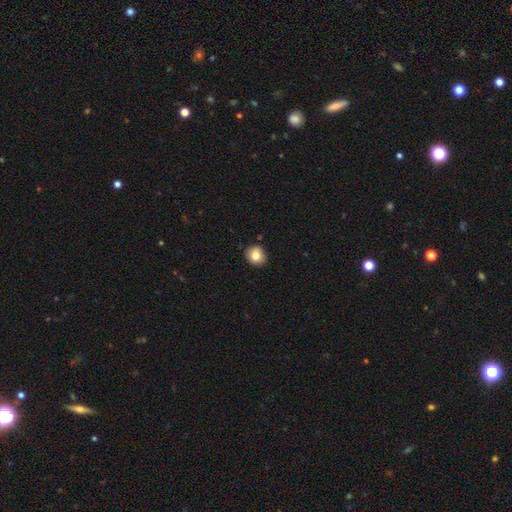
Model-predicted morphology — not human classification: Smooth or featured: smooth — 82% (star or artifact — 9%)
How rounded: round — 81% (in between — 18%)
Merging: none — 88% (minor disturbance — 9%)